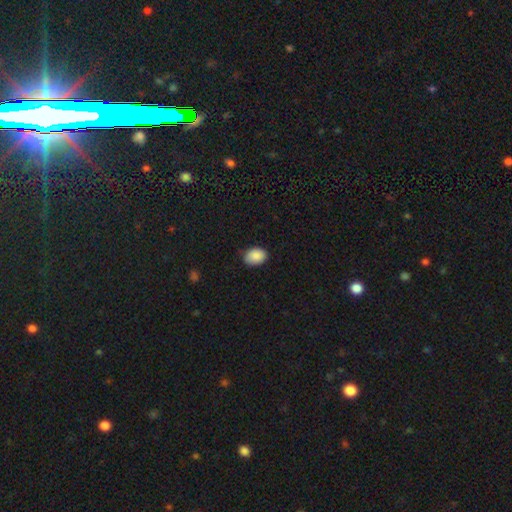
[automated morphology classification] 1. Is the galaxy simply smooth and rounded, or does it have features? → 89% smooth, 7% star or artifact, 3% featured or disk.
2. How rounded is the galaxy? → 75% in between, 24% round, 1% cigar-shaped.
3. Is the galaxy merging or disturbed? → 81% none, 16% minor disturbance, 2% major disturbance, 1% merger.